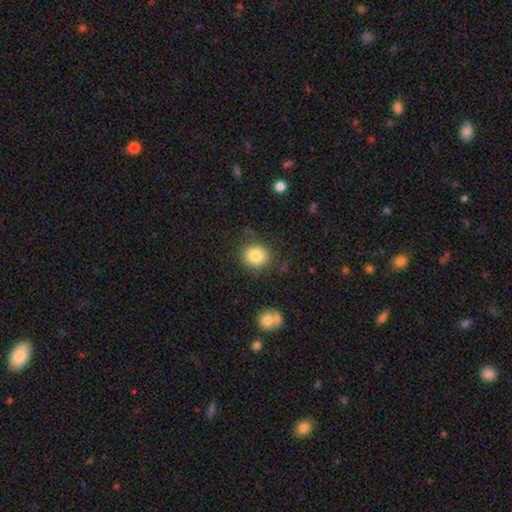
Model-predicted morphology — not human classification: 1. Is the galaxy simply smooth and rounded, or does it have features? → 83% smooth, 10% star or artifact, 7% featured or disk.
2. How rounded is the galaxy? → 83% round, 16% in between, 1% cigar-shaped.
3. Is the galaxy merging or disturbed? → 81% none, 12% minor disturbance, 4% major disturbance, 3% merger.